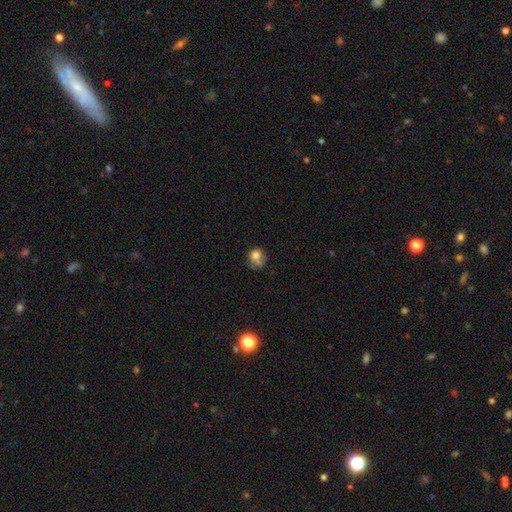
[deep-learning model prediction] Morphology: type=smooth (72%); roundness=round (72%); merging=none (39%).